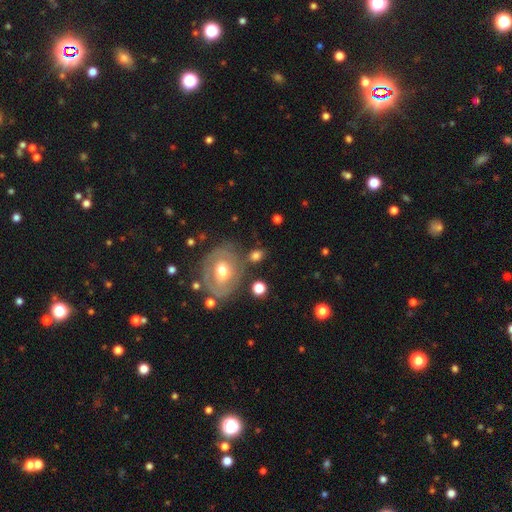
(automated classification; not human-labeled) smooth_or_featured: smooth (p=0.61) [alt: featured or disk p=0.29]
how_rounded: in between (p=0.52) [alt: round p=0.46]
merging: none (p=0.66) [alt: minor disturbance p=0.16]